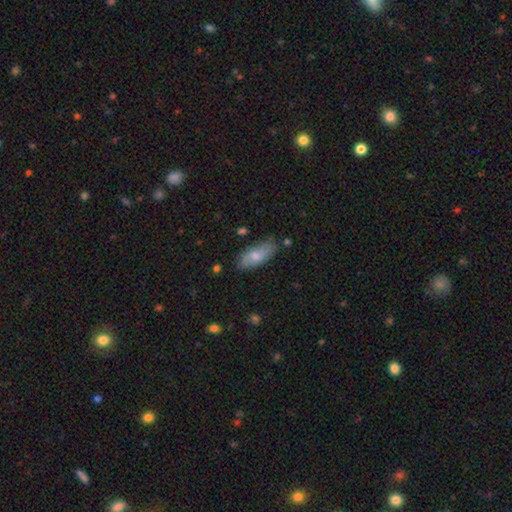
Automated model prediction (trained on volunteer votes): Smooth or featured?
  - smooth: 68% *
  - featured or disk: 26%
  - star or artifact: 6%
How rounded?
  - in between: 84% *
  - cigar-shaped: 14%
  - round: 2%
Merging?
  - none: 76% *
  - minor disturbance: 18%
  - major disturbance: 4%
  - merger: 2%